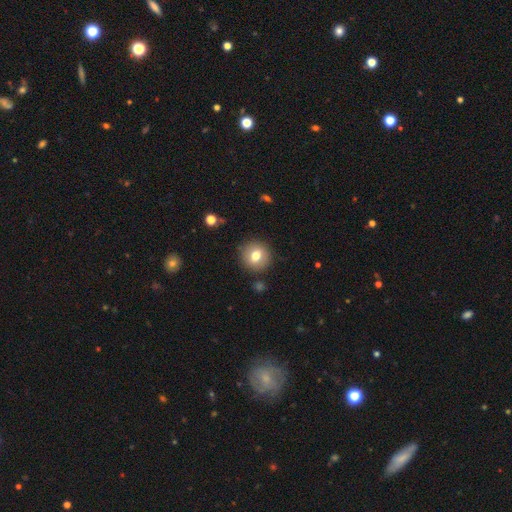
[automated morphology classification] Q: Smooth or featured?
A: smooth (73%); runner-up: featured or disk (17%)
Q: How rounded?
A: round (86%); runner-up: in between (13%)
Q: Merging?
A: none (87%); runner-up: minor disturbance (8%)